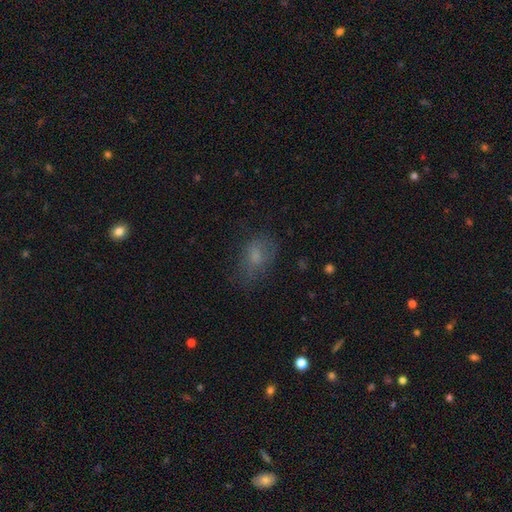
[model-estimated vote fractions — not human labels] Overall: smooth (65%). How rounded: in between (78%). Merging: none (55%; minor disturbance 24%).